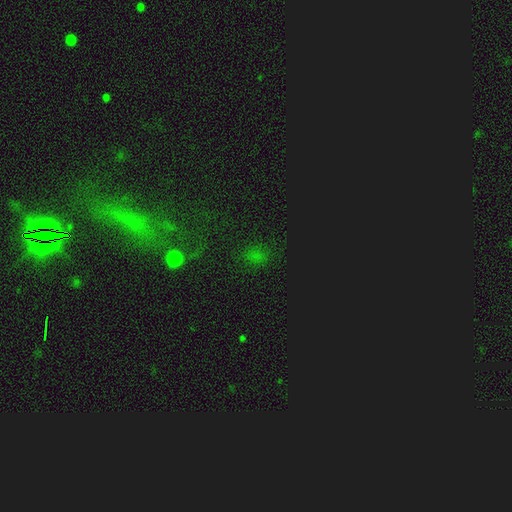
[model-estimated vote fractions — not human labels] Morphology: type=star or artifact (56%).